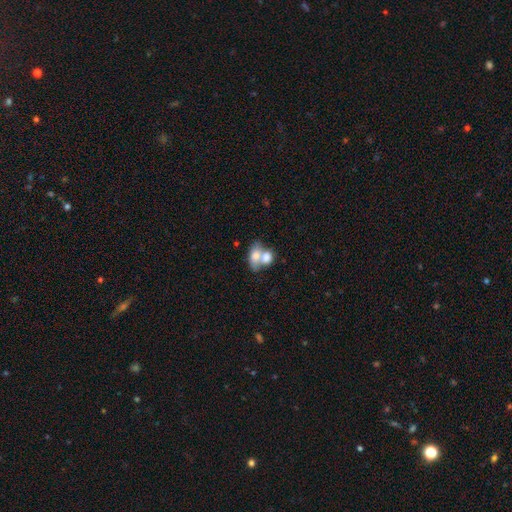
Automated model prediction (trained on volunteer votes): Overall: smooth (72%). How rounded: in between (74%). Merging: merger (69%).